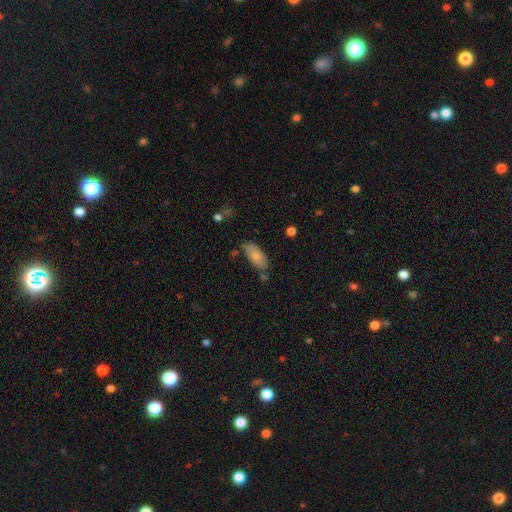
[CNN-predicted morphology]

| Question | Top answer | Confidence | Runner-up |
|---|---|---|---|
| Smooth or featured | smooth | 78% | featured or disk (15%) |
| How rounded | in between | 89% | cigar-shaped (9%) |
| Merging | none | 63% | minor disturbance (23%) |